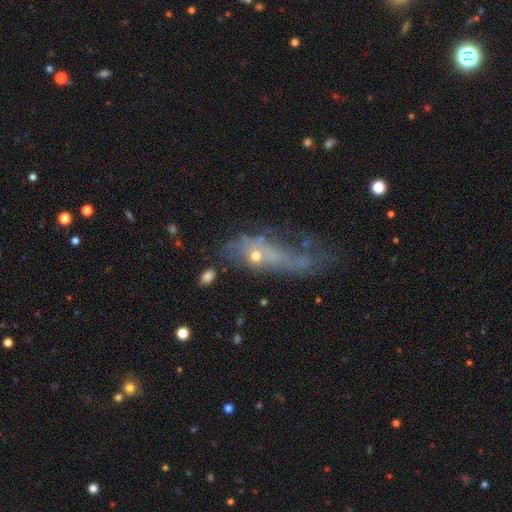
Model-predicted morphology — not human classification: A featured or disk galaxy (45%).

Vote fractions:
- Smooth or featured? featured or disk: 45% / smooth: 41% / star or artifact: 14%
- Merging? major disturbance: 51% / none: 19% / minor disturbance: 18% / merger: 12%